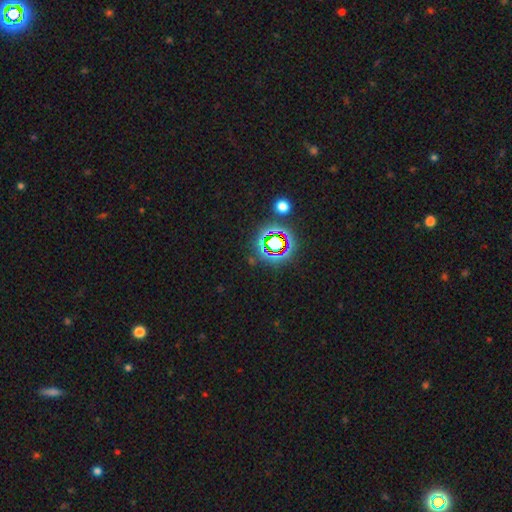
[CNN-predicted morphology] Overall: star or artifact (76%).